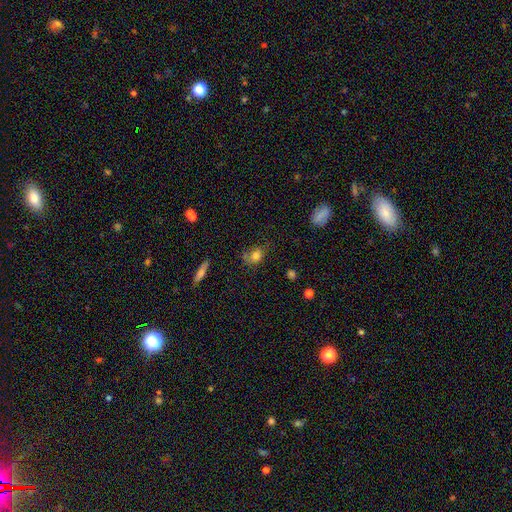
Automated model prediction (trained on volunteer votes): Morphology: type=smooth (76%); roundness=in between (56%); merging=none (53%).